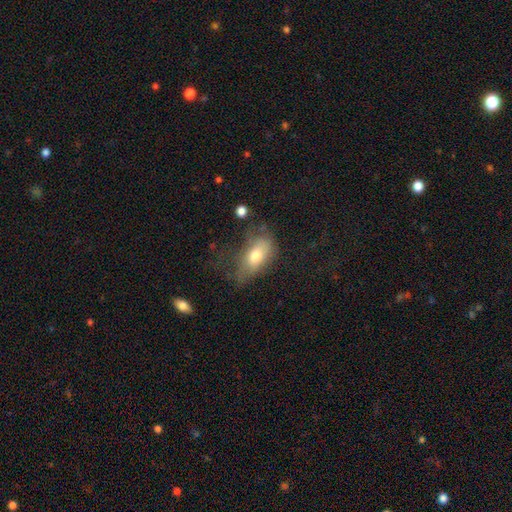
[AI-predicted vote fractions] Overall: smooth (69%). How rounded: in between (87%). Merging: none (38%; minor disturbance 30%).